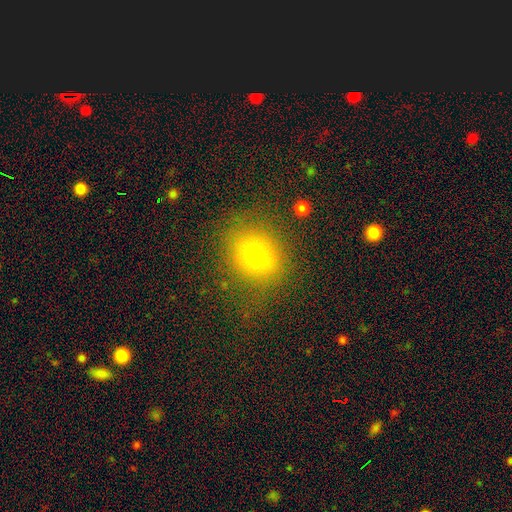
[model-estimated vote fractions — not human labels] Smooth or featured: smooth — 72% (star or artifact — 16%)
How rounded: round — 72% (in between — 27%)
Merging: none — 78% (minor disturbance — 12%)